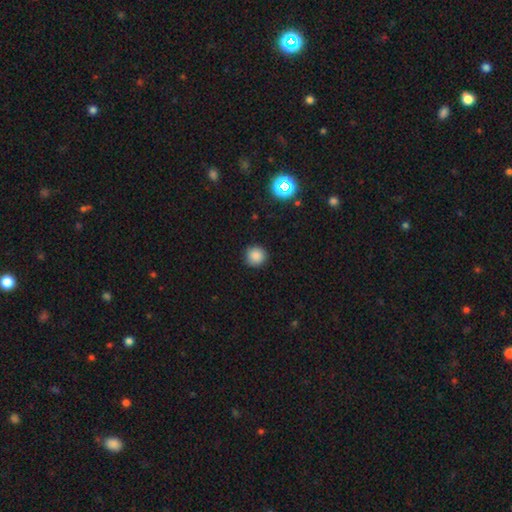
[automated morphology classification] smooth-or-featured: smooth: 85% | star or artifact: 12% | featured or disk: 3%
  how-rounded: round: 94% | in between: 5% | cigar-shaped: 1%
  merging: none: 90% | minor disturbance: 7% | major disturbance: 2% | merger: 1%